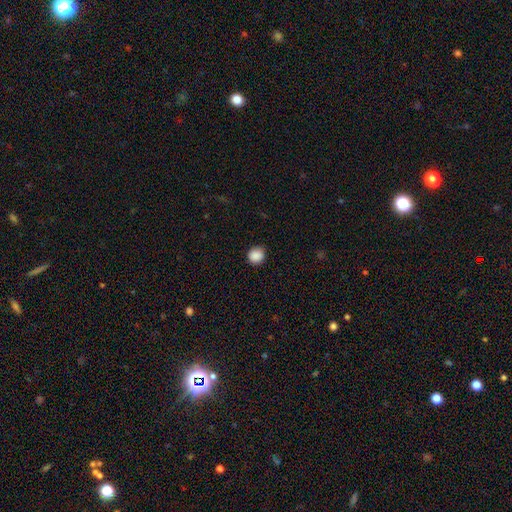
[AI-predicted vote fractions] A smooth galaxy with no disk features (89%) that is round (90%).

Vote fractions:
- Smooth or featured? smooth: 89% / star or artifact: 9% / featured or disk: 2%
- How rounded? round: 90% / in between: 9% / cigar-shaped: 1%
- Merging? none: 90% / minor disturbance: 7% / major disturbance: 2% / merger: 1%